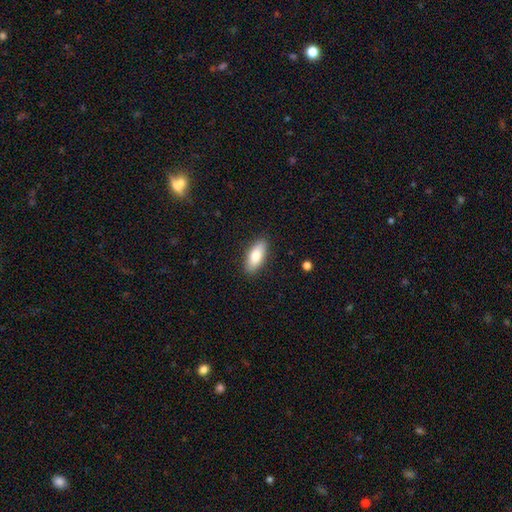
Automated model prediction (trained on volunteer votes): A smooth galaxy with no disk features (82%) that is in between round and cigar-shaped (80%).

Vote fractions:
- Smooth or featured? smooth: 82% / featured or disk: 12% / star or artifact: 6%
- How rounded? in between: 80% / cigar-shaped: 18% / round: 2%
- Merging? none: 88% / minor disturbance: 9% / major disturbance: 2% / merger: 1%